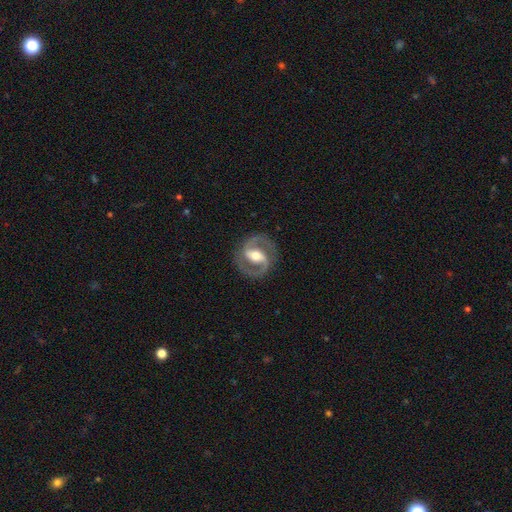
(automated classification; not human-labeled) Morphology: type=featured or disk (90%); edge-on=no (98%); bar=strong (46%); spiral arms=yes (96%); winding=medium (61%); arm count=2 (94%); bulge=moderate (72%); merging=none (86%).